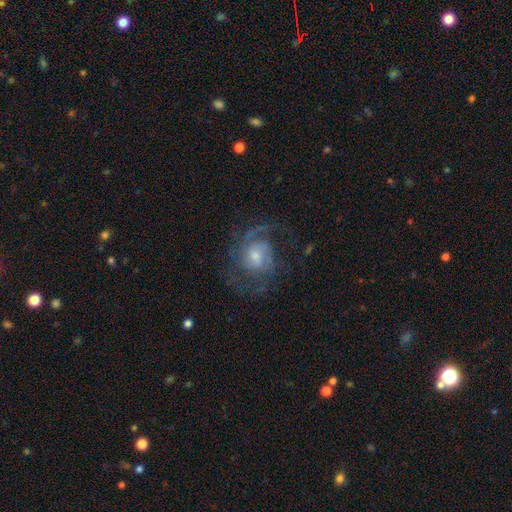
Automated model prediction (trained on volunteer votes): A featured or disk galaxy (81%) with no bar (61%), 2 (45%) medium (47%) spiral arms (94%) and a moderate central bulge (46%). Merging: none (65%).